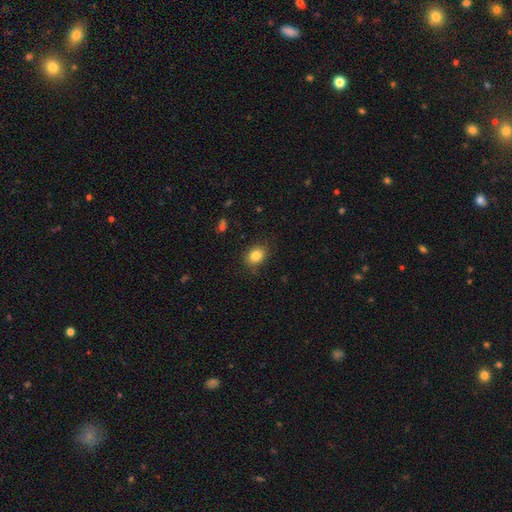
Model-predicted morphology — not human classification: Smooth or featured: smooth — 84% (star or artifact — 10%)
How rounded: in between — 60% (round — 39%)
Merging: none — 85% (minor disturbance — 11%)